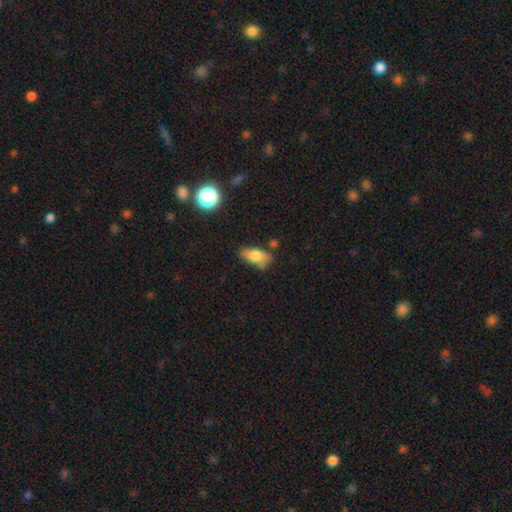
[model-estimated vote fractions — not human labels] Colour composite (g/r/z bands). It shows a smooth galaxy with no disk features (72%) that is in between round and cigar-shaped (84%). Merging: none (61%).